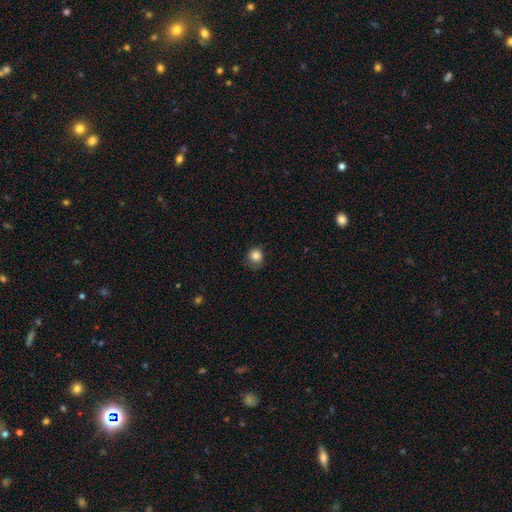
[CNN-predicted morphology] Smooth or featured: smooth — 84% (star or artifact — 10%)
How rounded: round — 82% (in between — 17%)
Merging: none — 63% (minor disturbance — 26%)